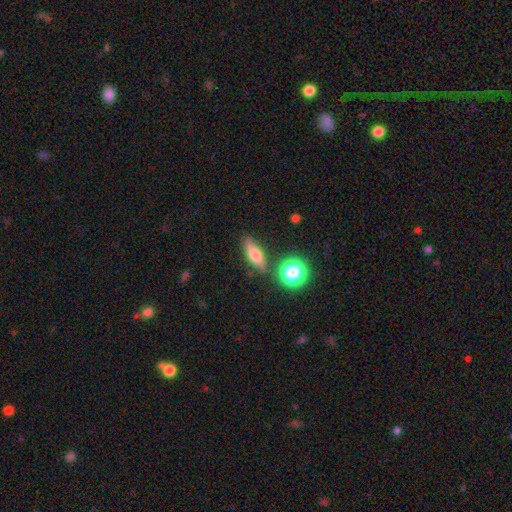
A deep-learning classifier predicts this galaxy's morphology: smooth_or_featured: smooth (p=0.57) [alt: featured or disk p=0.31]
how_rounded: in between (p=0.46) [alt: cigar-shaped p=0.43]
merging: none (p=0.81) [alt: minor disturbance p=0.11]